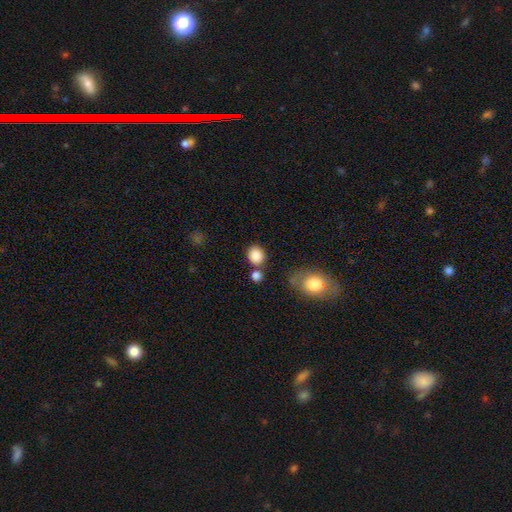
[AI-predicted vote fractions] Smooth or featured? smooth (86%)
How rounded? round (66%)
Merging? none (69%)